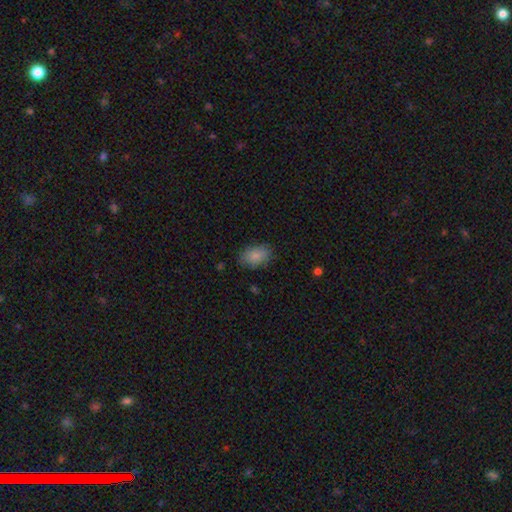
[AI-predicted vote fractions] A smooth galaxy with no disk features (86%) that is in between round and cigar-shaped (88%). Merging: none (80%).